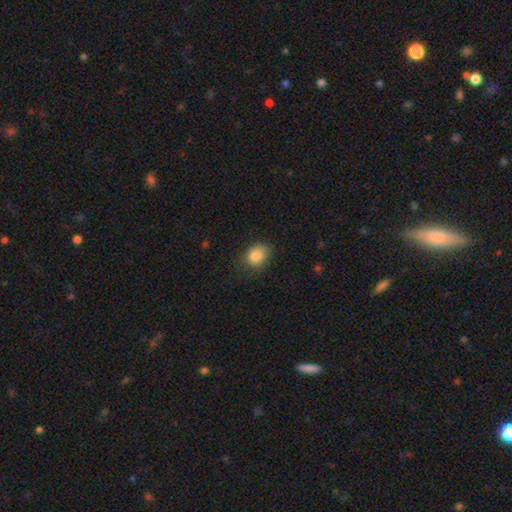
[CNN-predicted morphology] Smooth or featured? Predicted: smooth (p=0.85). How rounded? Predicted: in between (p=0.54). Merging? Predicted: none (p=0.73).